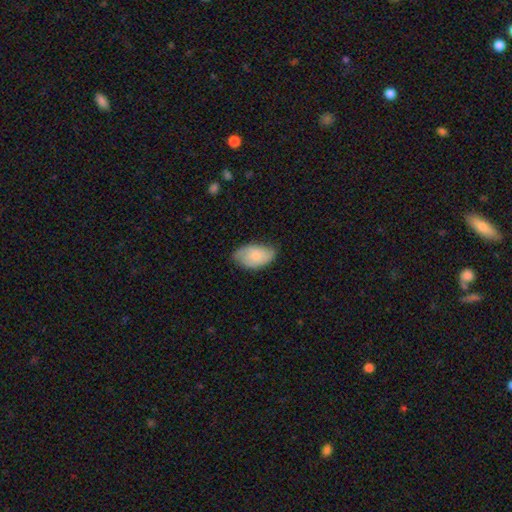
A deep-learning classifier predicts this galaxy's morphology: Smooth or featured? smooth (65%)
How rounded? in between (93%)
Merging? none (64%)